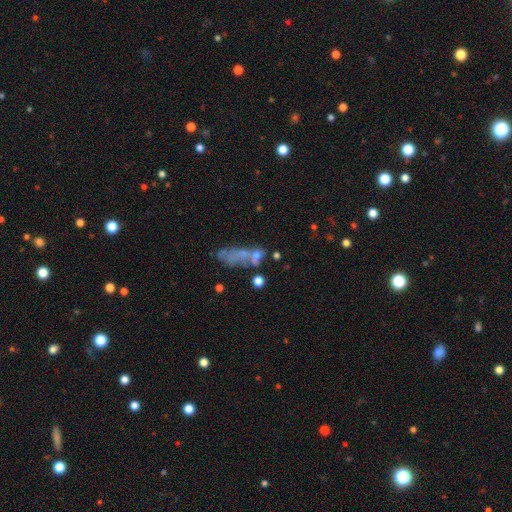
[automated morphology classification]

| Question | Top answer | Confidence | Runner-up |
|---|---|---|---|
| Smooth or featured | smooth | 49% | featured or disk (33%) |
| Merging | merger | 37% | none (28%) |